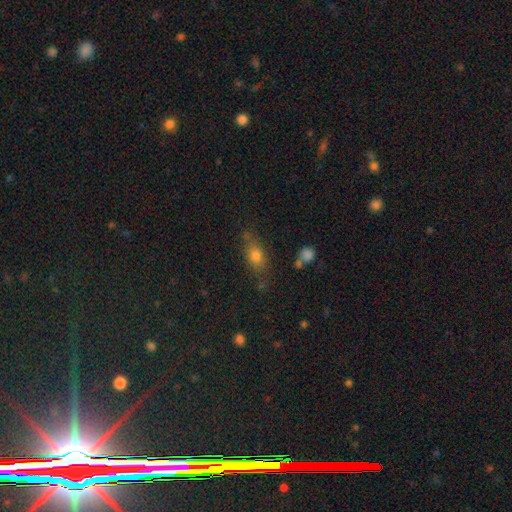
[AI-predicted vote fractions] Smooth or featured?
  - smooth: 72% *
  - featured or disk: 15%
  - star or artifact: 13%
How rounded?
  - in between: 70% *
  - round: 18%
  - cigar-shaped: 13%
Merging?
  - none: 67% *
  - minor disturbance: 20%
  - major disturbance: 7%
  - merger: 5%